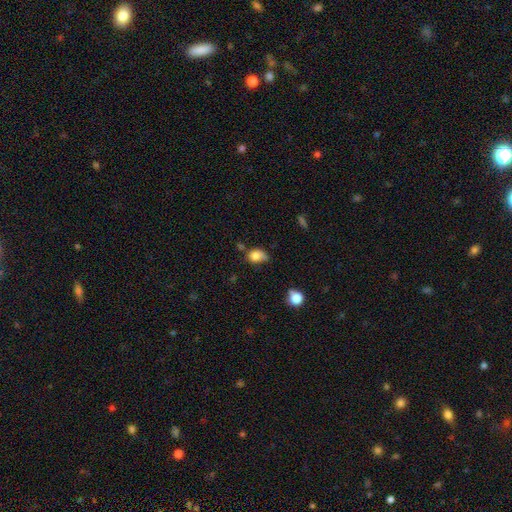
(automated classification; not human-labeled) Smooth or featured? Predicted: smooth (p=0.78). How rounded? Predicted: in between (p=0.59). Merging? Predicted: minor disturbance (p=0.38).